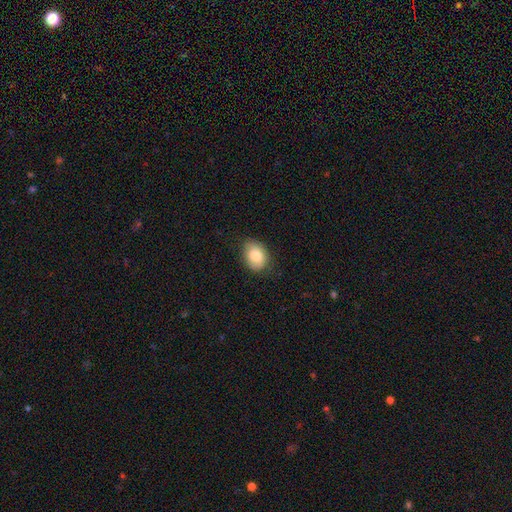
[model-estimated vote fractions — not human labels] Smooth or featured: smooth — 84% (featured or disk — 8%)
How rounded: in between — 72% (round — 27%)
Merging: none — 78% (minor disturbance — 17%)